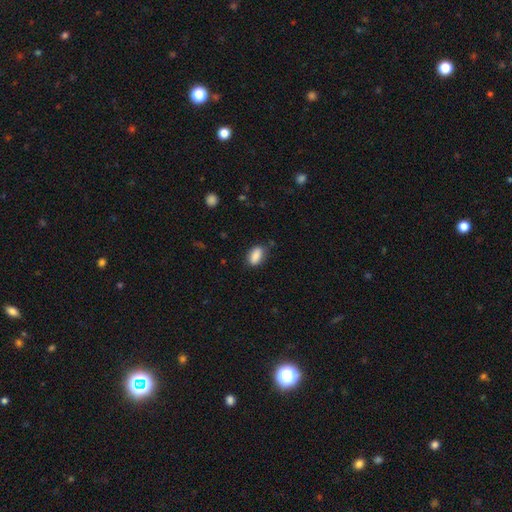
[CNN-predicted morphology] A smooth galaxy with no disk features (88%) that is in between round and cigar-shaped (90%).

Vote fractions:
- Smooth or featured? smooth: 88% / star or artifact: 7% / featured or disk: 5%
- How rounded? in between: 90% / cigar-shaped: 6% / round: 5%
- Merging? none: 77% / minor disturbance: 17% / major disturbance: 4% / merger: 2%